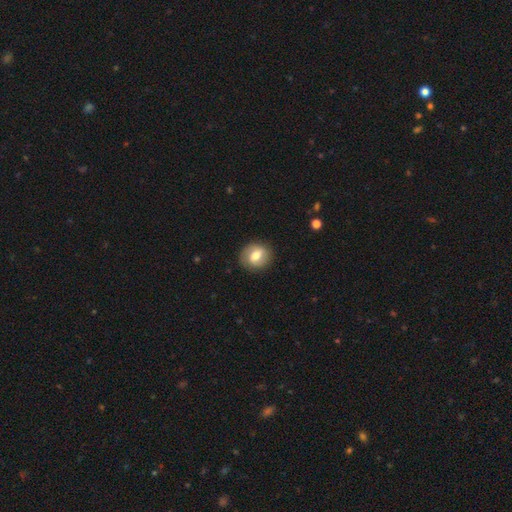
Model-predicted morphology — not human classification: Overall: smooth (65%; featured or disk 27%). How rounded: round (69%; in between 30%). Merging: none (85%).